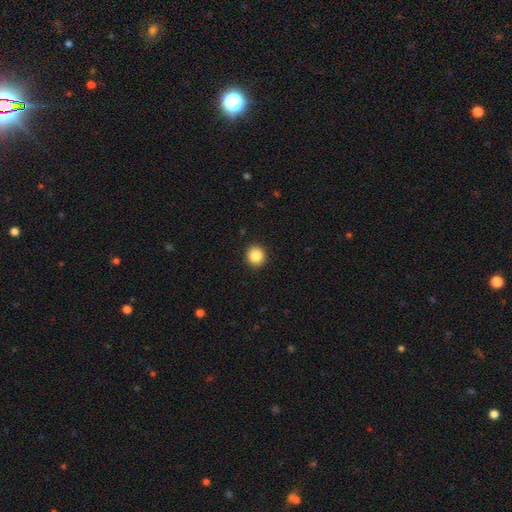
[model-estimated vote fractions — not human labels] A smooth galaxy with no disk features (87%) that is round (89%). Merging: none (92%).